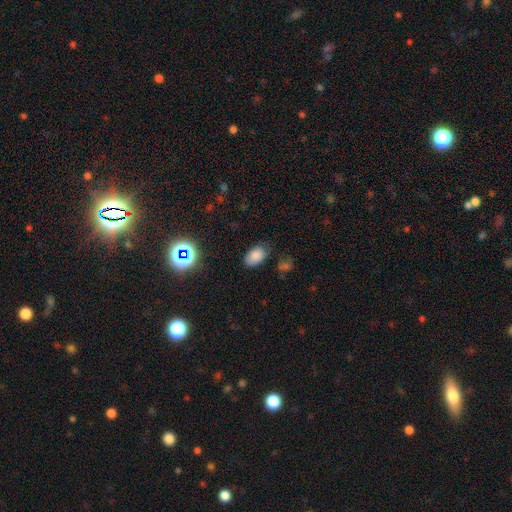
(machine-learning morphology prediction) smooth-or-featured: smooth: 80% | star or artifact: 13% | featured or disk: 7%
  how-rounded: in between: 90% | round: 8% | cigar-shaped: 1%
  merging: none: 77% | minor disturbance: 17% | major disturbance: 4% | merger: 2%